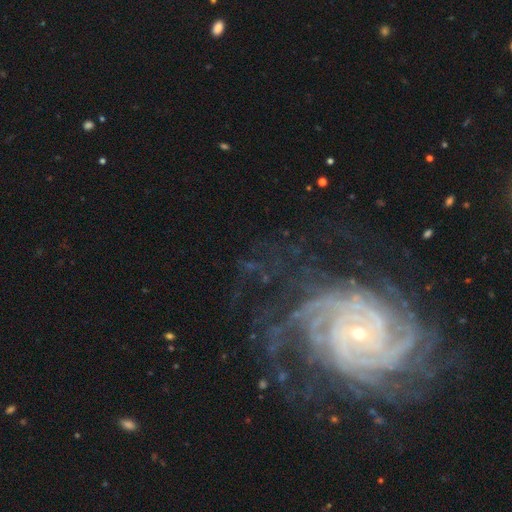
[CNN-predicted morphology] Smooth or featured? featured or disk (83%)
Edge-on disk? no (96%)
Bar? no (61%)
Spiral arms? yes (95%)
Spiral winding? tight (71%)
Spiral arm count? can't tell (27%)
Bulge size? small (77%)
Merging? none (62%)